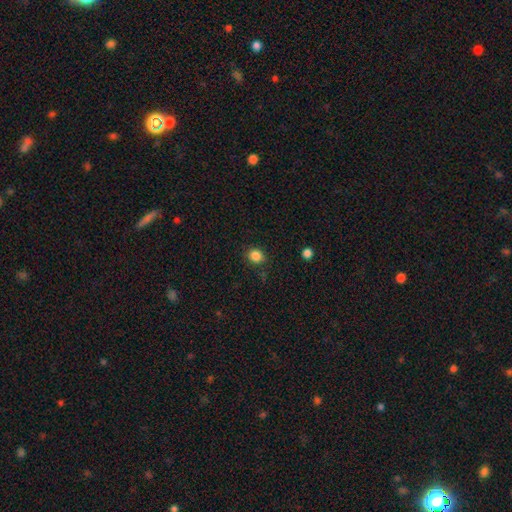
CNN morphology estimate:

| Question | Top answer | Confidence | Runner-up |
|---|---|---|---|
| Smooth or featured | smooth | 85% | star or artifact (11%) |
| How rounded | round | 74% | in between (25%) |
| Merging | none | 85% | minor disturbance (10%) |